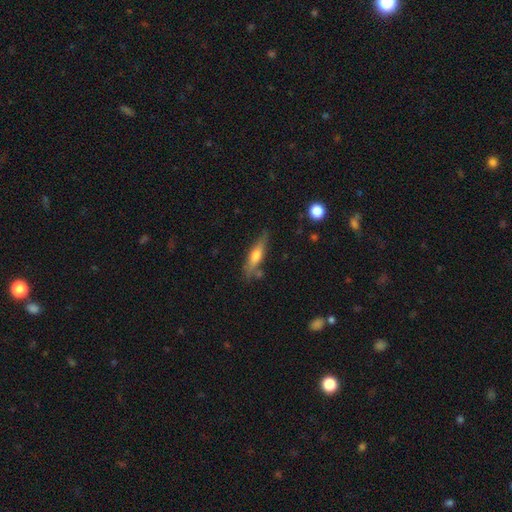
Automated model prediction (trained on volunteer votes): smooth-or-featured: smooth: 53% | featured or disk: 40% | star or artifact: 6%
  how-rounded: cigar-shaped: 71% | in between: 27% | round: 2%
  merging: none: 72% | minor disturbance: 18% | merger: 5% | major disturbance: 4%